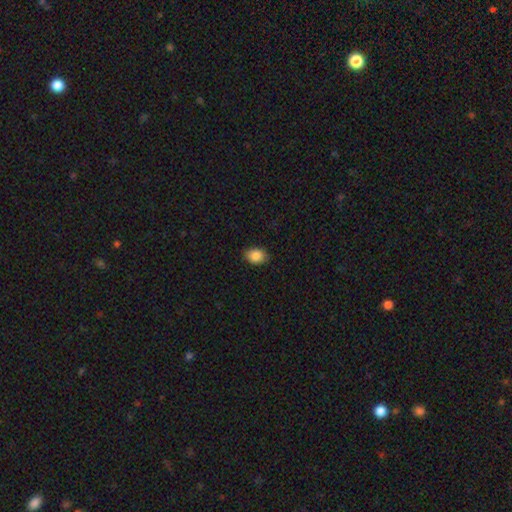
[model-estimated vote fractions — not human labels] This is clearly a smooth galaxy (87%). How rounded: likely in between (70%). Merging: clearly none (87%).